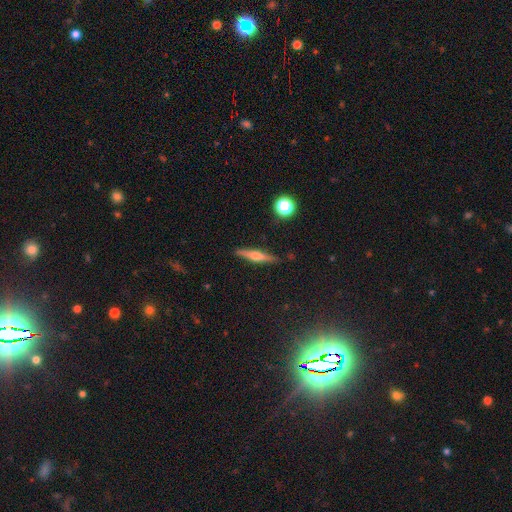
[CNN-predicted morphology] type=featured or disk (58%); edge-on=yes (96%); edge-on bulge=rounded (86%); merging=none (88%).